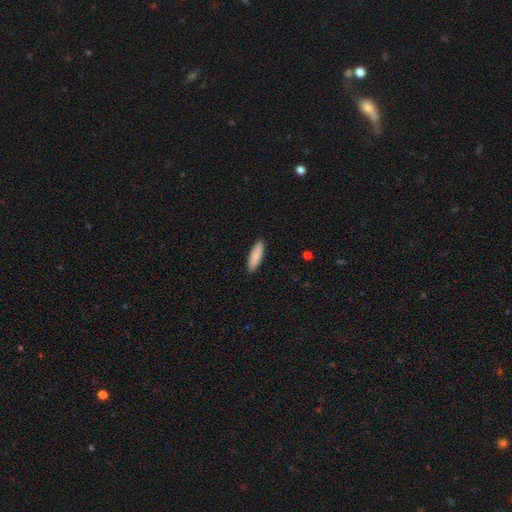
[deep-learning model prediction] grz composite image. It shows a smooth galaxy with no disk features (88%) that is cigar-shaped (60%). Merging: none (90%).